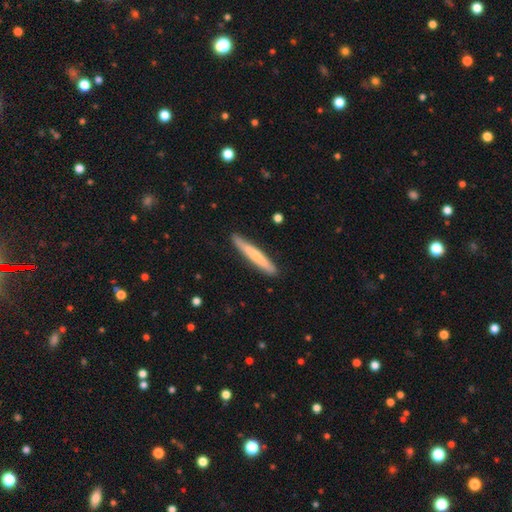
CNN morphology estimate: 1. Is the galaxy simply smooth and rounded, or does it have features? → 67% smooth, 28% featured or disk, 5% star or artifact.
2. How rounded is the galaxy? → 96% cigar-shaped, 3% in between, 1% round.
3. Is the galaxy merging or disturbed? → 88% none, 9% minor disturbance, 2% major disturbance, 1% merger.